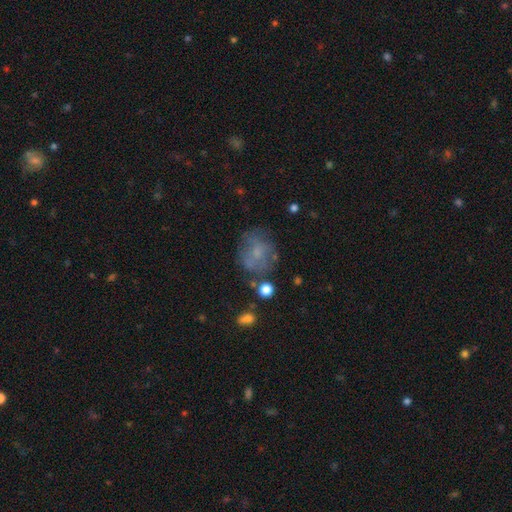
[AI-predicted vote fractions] Smooth or featured: smooth — 50% (featured or disk — 36%)
Merging: none — 56% (minor disturbance — 22%)